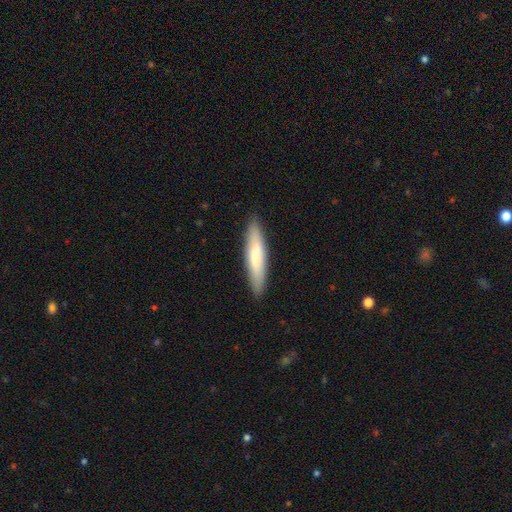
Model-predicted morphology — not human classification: Smooth or featured: smooth — 70% (featured or disk — 24%)
How rounded: cigar-shaped — 83% (in between — 15%)
Merging: none — 89% (minor disturbance — 9%)